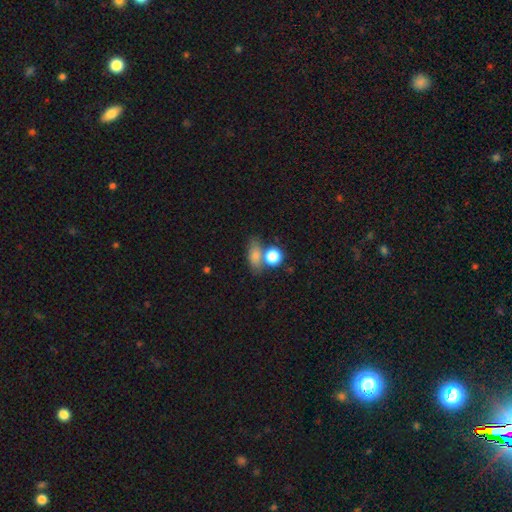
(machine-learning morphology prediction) This is likely a smooth galaxy (74%). How rounded: likely in between (64%). Merging: possibly none (51%).